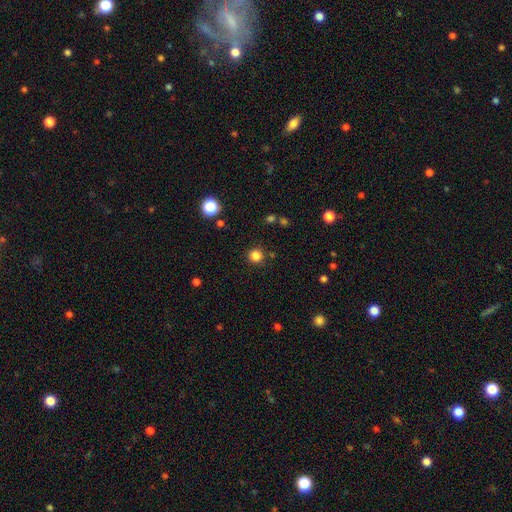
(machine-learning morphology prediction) Smooth or featured? smooth (83%)
How rounded? round (94%)
Merging? none (88%)